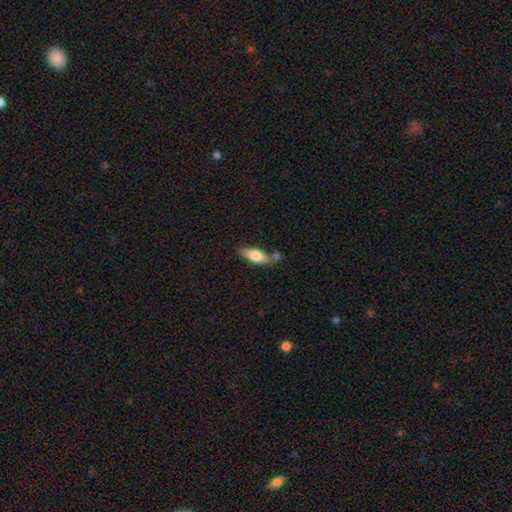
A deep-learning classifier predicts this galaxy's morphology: A smooth galaxy with no disk features (68%) that is in between round and cigar-shaped (69%).

Vote fractions:
- Smooth or featured? smooth: 68% / featured or disk: 26% / star or artifact: 6%
- How rounded? in between: 69% / cigar-shaped: 28% / round: 3%
- Merging? none: 58% / minor disturbance: 20% / merger: 17% / major disturbance: 5%